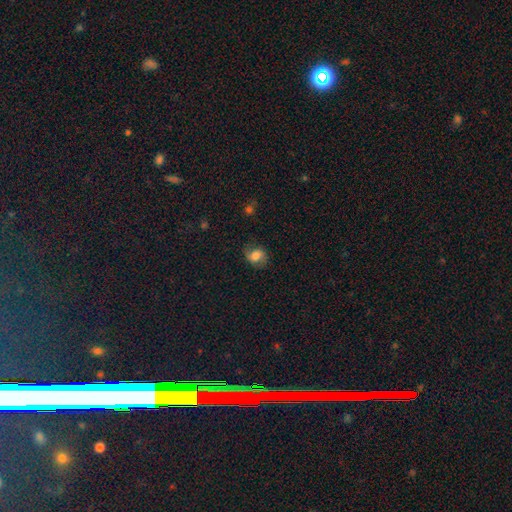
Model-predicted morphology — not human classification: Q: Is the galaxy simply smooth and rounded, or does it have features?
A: smooth — 67%.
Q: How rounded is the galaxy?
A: round — 53%.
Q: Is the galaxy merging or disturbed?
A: none — 69%.